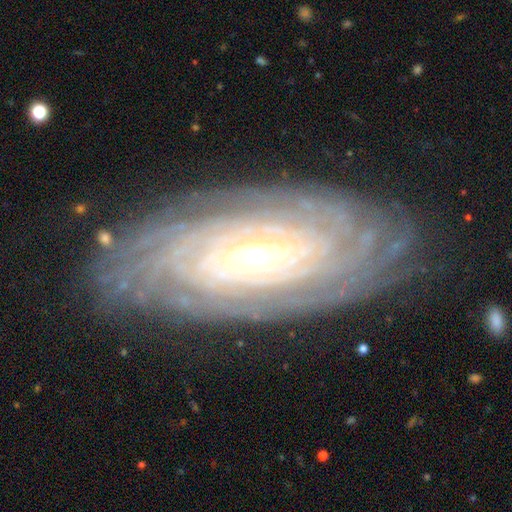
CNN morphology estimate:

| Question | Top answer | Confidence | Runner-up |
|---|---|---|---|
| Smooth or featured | featured or disk | 90% | smooth (6%) |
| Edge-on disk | no | 92% | yes (8%) |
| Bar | weak | 39% | no (37%) |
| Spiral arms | yes | 97% | no (3%) |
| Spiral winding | tight | 88% | medium (10%) |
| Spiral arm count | can't tell | 34% | more than 4 (27%) |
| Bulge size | moderate | 48% | small (47%) |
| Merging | none | 84% | minor disturbance (12%) |